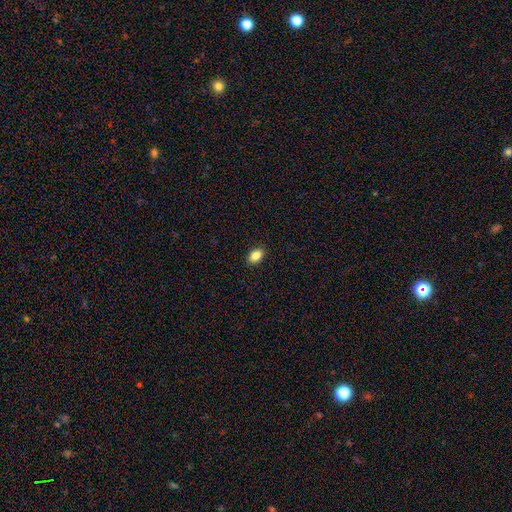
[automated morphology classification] A smooth galaxy with no disk features (87%) that is in between round and cigar-shaped (84%).

Vote fractions:
- Smooth or featured? smooth: 87% / star or artifact: 9% / featured or disk: 5%
- How rounded? in between: 84% / round: 14% / cigar-shaped: 1%
- Merging? none: 90% / minor disturbance: 7% / major disturbance: 2% / merger: 1%